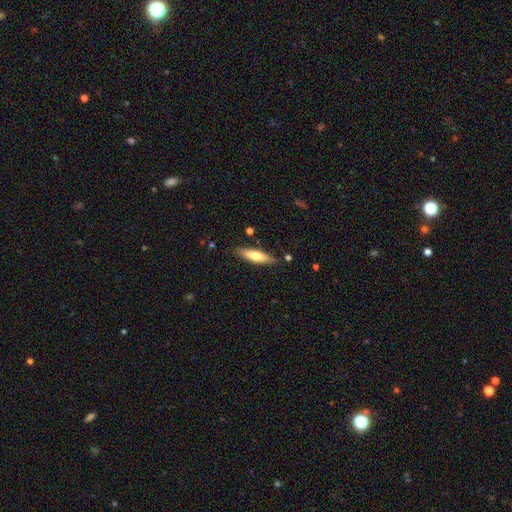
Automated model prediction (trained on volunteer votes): Overall: smooth (63%; featured or disk 31%). How rounded: cigar-shaped (70%). Merging: none (84%).